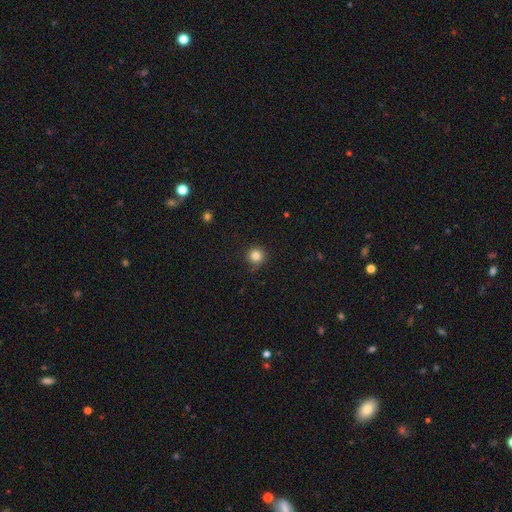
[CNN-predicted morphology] Smooth or featured? smooth (83%)
How rounded? round (95%)
Merging? none (84%)